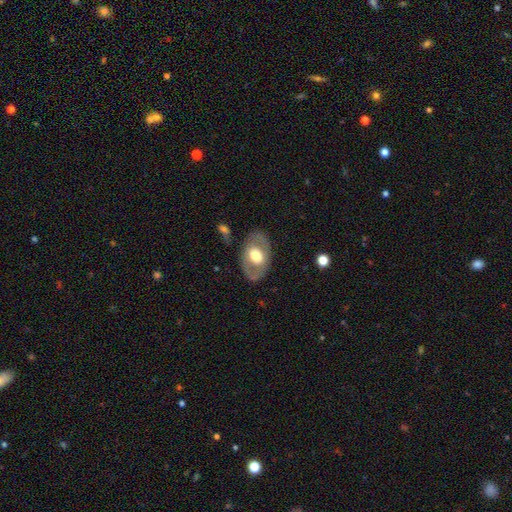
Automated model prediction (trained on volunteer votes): Q: Smooth or featured?
A: featured or disk (50%); runner-up: smooth (45%)
Q: Merging?
A: none (79%); runner-up: minor disturbance (13%)